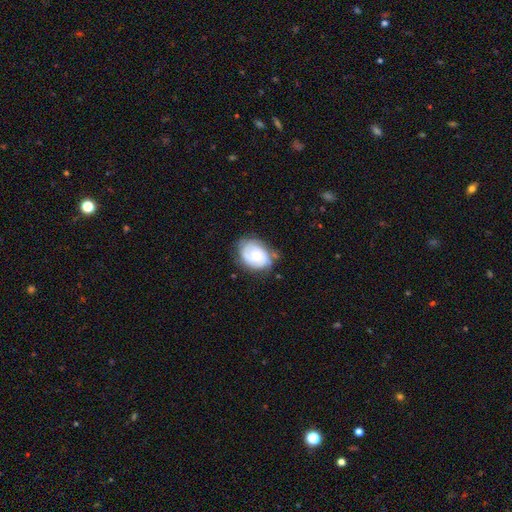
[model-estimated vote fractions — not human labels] This is likely a featured or disk galaxy (66%). It is clearly not viewed edge-on (97%). Bar: likely no (74%). Spiral arm pattern: clearly yes (88%). Spiral arm count: marginally 2 (36%). Spiral winding: possibly tight (59%). Central bulge: possibly small (55%). Merging: likely none (66%).